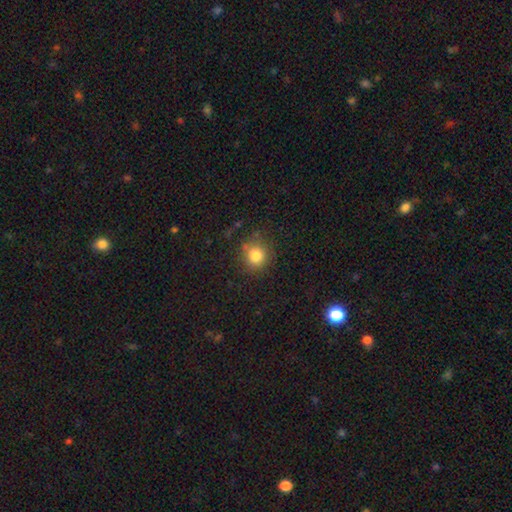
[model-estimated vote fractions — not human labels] smooth 82%, star or artifact 12%, featured or disk 6%. Down the decision tree: how rounded — round (90%); merging — none (81%).